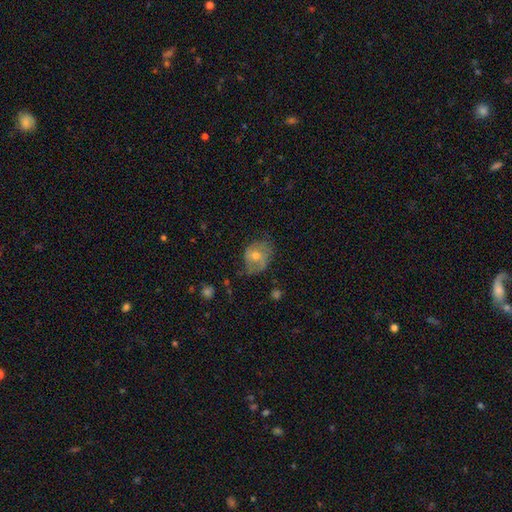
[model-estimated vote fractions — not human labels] A smooth galaxy with no disk features (50%) that is in between round and cigar-shaped (57%). Merging: none (55%).